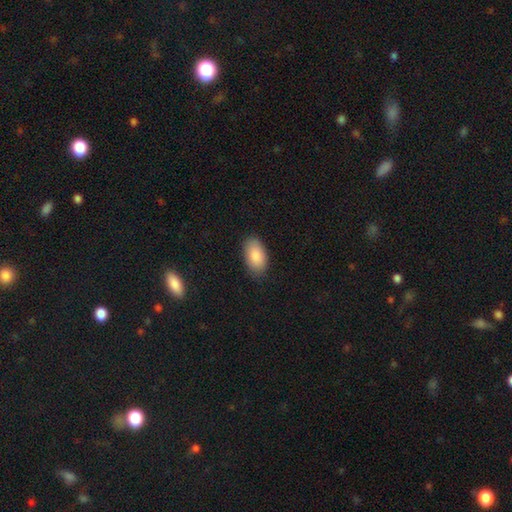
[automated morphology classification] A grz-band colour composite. It shows a smooth galaxy with no disk features (88%) that is in between round and cigar-shaped (95%). Merging: none (85%).